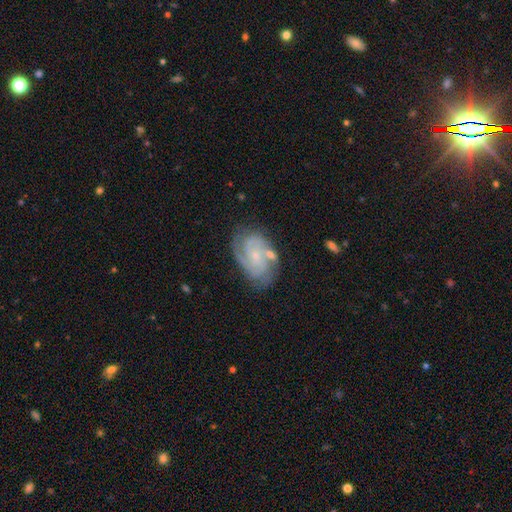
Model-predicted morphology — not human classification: featured or disk 82%, smooth 12%, star or artifact 6%. Down the decision tree: edge-on disk — no (97%); bar — no (61%); spiral arms — yes (96%); spiral arm count — 2 (36%); spiral winding — tight (54%); bulge size — small (71%); merging — none (66%).